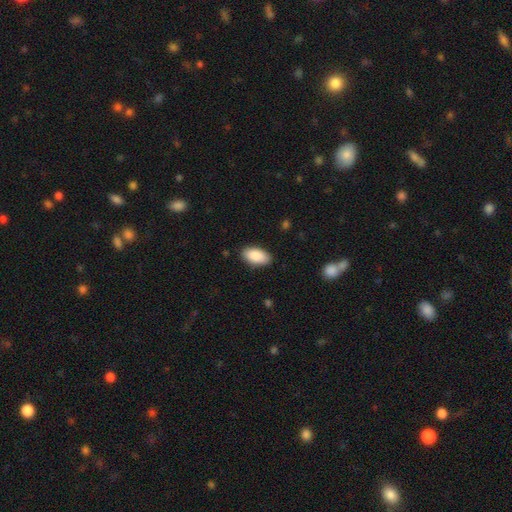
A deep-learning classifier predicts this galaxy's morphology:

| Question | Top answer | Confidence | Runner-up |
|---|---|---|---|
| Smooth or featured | smooth | 89% | star or artifact (6%) |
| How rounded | in between | 95% | cigar-shaped (3%) |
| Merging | none | 86% | minor disturbance (10%) |